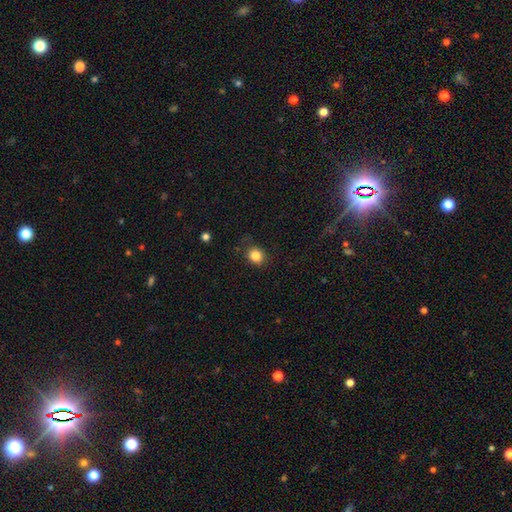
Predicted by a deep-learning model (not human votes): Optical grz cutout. It shows a smooth galaxy with no disk features (84%) that is round (75%). Merging: none (82%).